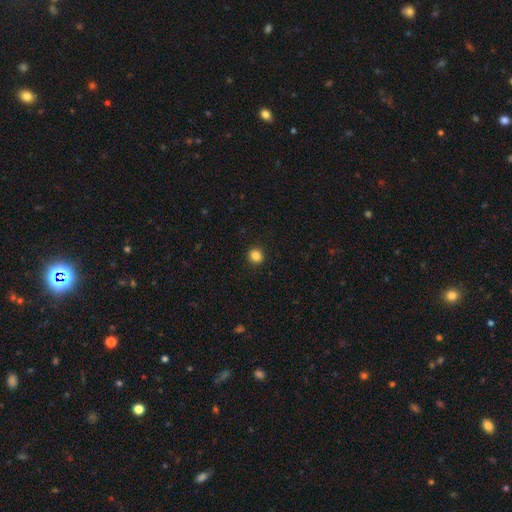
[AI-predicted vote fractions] smooth 85%, star or artifact 11%, featured or disk 4%. Down the decision tree: how rounded — round (81%); merging — none (92%).